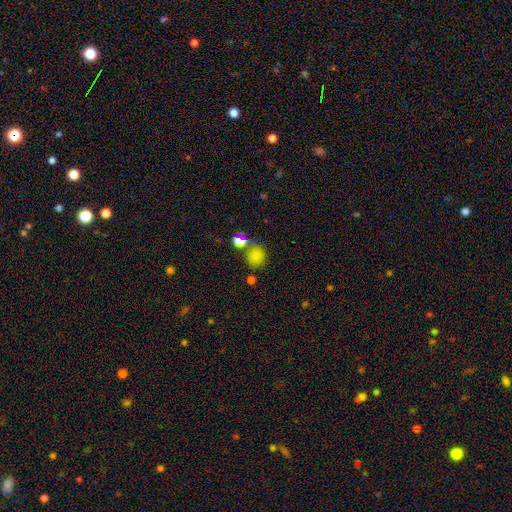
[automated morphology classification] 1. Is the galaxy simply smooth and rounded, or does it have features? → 78% smooth, 16% star or artifact, 6% featured or disk.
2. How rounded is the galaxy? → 75% round, 24% in between, 1% cigar-shaped.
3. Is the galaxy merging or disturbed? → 64% none, 15% minor disturbance, 14% merger, 7% major disturbance.